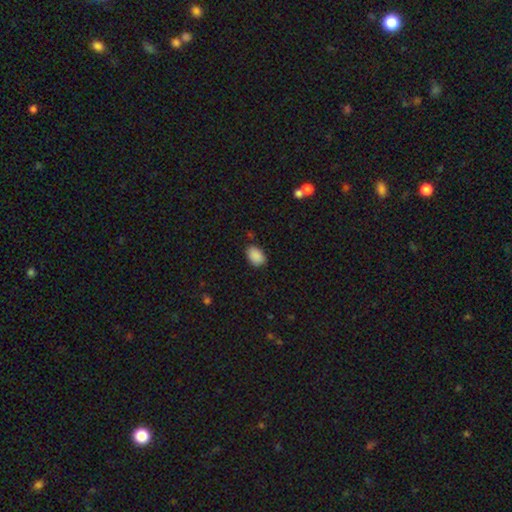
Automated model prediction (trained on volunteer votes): Smooth or featured: smooth — 89% (star or artifact — 7%)
How rounded: in between — 84% (round — 15%)
Merging: none — 80% (minor disturbance — 15%)